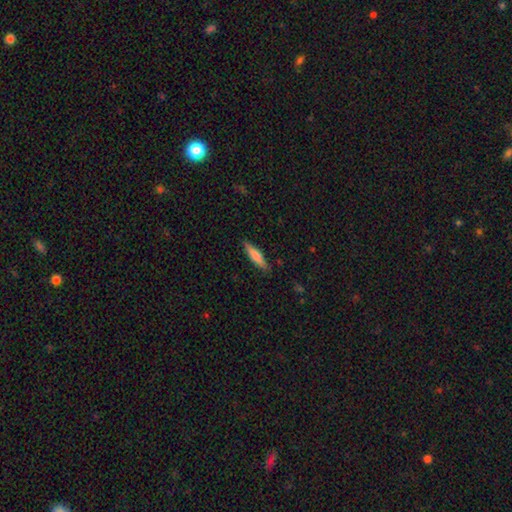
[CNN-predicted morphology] smooth-or-featured: smooth: 68% | featured or disk: 26% | star or artifact: 6%
  how-rounded: cigar-shaped: 80% | in between: 18% | round: 2%
  merging: none: 87% | minor disturbance: 10% | major disturbance: 2% | merger: 1%